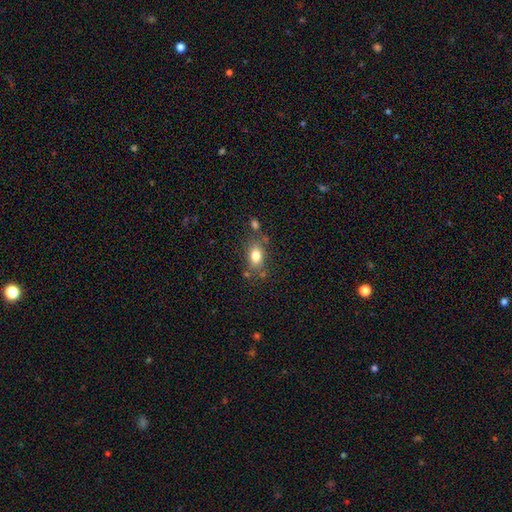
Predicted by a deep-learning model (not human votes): Overall: smooth (79%). How rounded: in between (78%). Merging: none (70%).